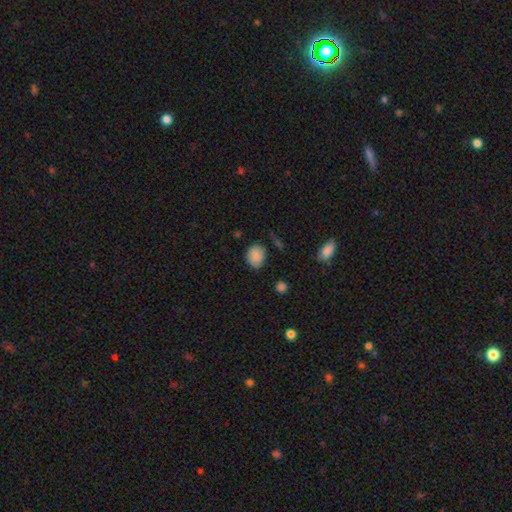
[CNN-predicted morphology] A smooth galaxy with no disk features (86%) that is round (54%). Merging: none (80%).